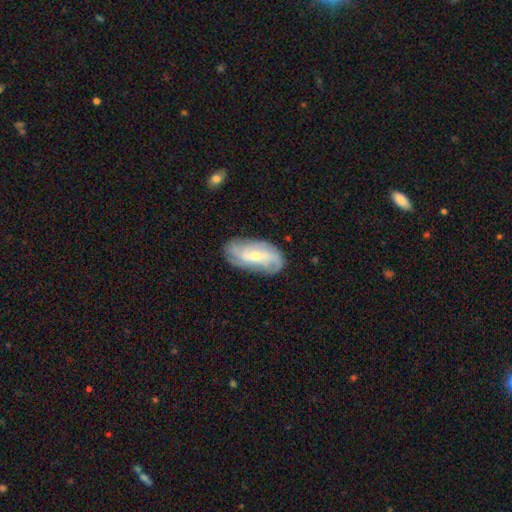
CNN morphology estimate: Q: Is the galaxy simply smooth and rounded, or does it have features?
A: featured or disk — 75%.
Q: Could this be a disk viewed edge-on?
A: no — 94%.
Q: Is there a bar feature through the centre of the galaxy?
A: no — 45%.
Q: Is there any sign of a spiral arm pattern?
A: yes — 92%.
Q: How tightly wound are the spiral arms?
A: tight — 38%, tied with medium.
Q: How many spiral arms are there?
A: can't tell — 30%.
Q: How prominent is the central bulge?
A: small — 56%.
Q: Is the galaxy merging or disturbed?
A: none — 78%.